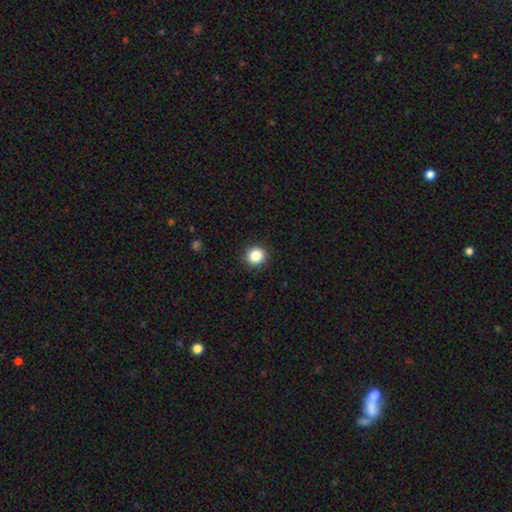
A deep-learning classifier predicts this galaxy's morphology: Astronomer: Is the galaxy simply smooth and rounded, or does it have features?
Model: smooth — 86%.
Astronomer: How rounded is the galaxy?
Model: round — 91%.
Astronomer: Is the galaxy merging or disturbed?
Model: none — 92%.